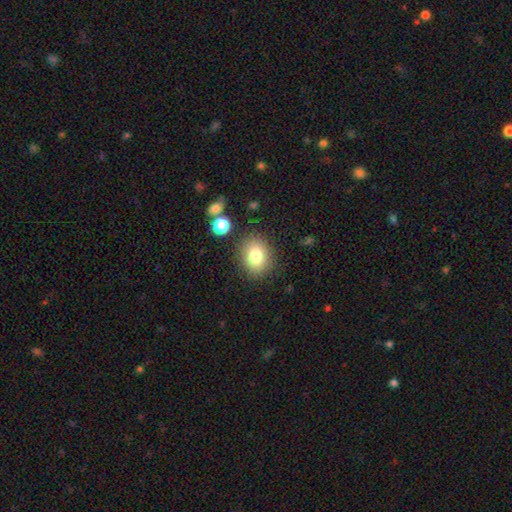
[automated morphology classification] smooth 81%, star or artifact 10%, featured or disk 9%. Down the decision tree: how rounded — in between (55%); merging — none (84%).